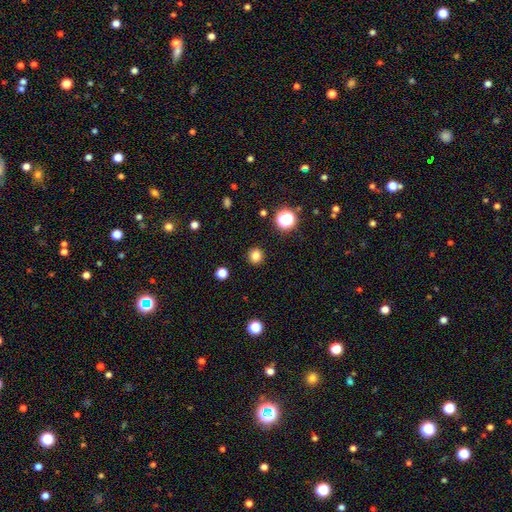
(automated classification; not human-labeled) The model was most divided on "smooth or featured": smooth: 82%, star or artifact: 14%, featured or disk: 4%. More confident: merging — none (91%); how rounded — round (88%).